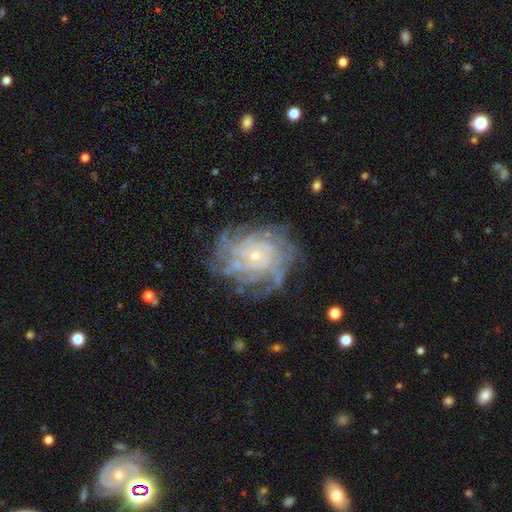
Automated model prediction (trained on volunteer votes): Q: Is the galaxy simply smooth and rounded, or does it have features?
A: featured or disk — 85%.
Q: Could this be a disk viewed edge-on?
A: no — 98%.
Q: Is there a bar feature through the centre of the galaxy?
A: no — 77%.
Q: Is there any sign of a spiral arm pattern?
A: yes — 95%.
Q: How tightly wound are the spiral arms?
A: tight — 74%.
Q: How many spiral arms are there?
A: can't tell — 34%.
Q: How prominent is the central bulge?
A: small — 79%.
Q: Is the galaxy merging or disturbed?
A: none — 73%.